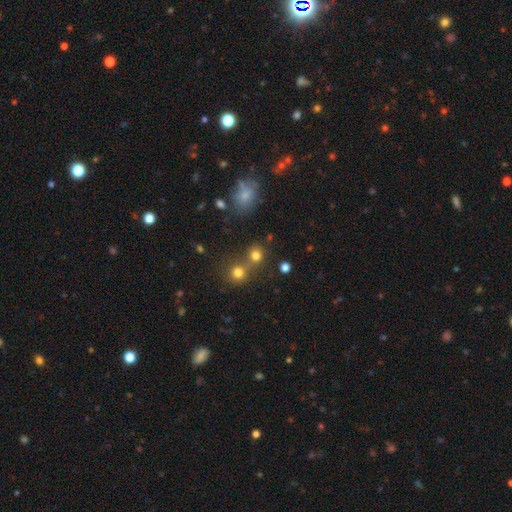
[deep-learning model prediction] smooth-or-featured: smooth: 77% | star or artifact: 16% | featured or disk: 7%
  how-rounded: round: 86% | in between: 13% | cigar-shaped: 1%
  merging: none: 59% | merger: 31% | minor disturbance: 7% | major disturbance: 3%